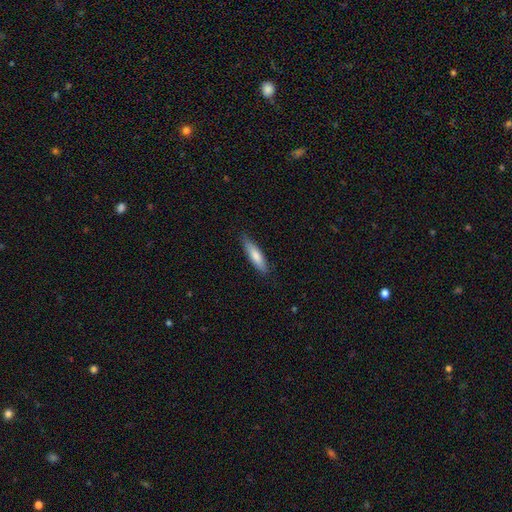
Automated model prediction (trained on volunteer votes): smooth_or_featured: smooth (p=0.71) [alt: featured or disk p=0.23]
how_rounded: cigar-shaped (p=0.77) [alt: in between p=0.22]
merging: none (p=0.85) [alt: minor disturbance p=0.12]